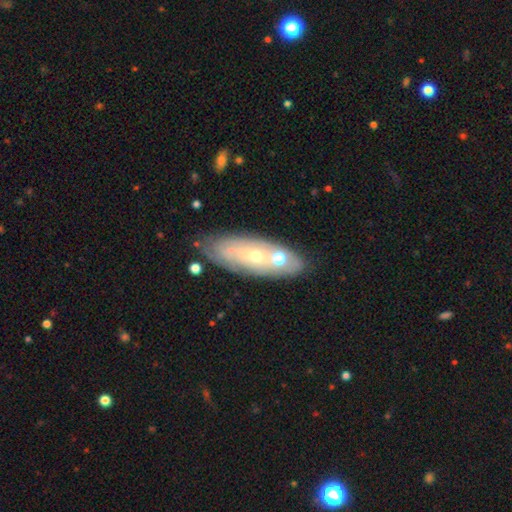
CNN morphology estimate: Overall: featured or disk (65%; smooth 27%). Edge-on disk: no (81%). Bar: no (75%). Spiral arms: yes (54%; no 46%). Bulge size: small (55%; moderate 41%). Merging: none (64%).